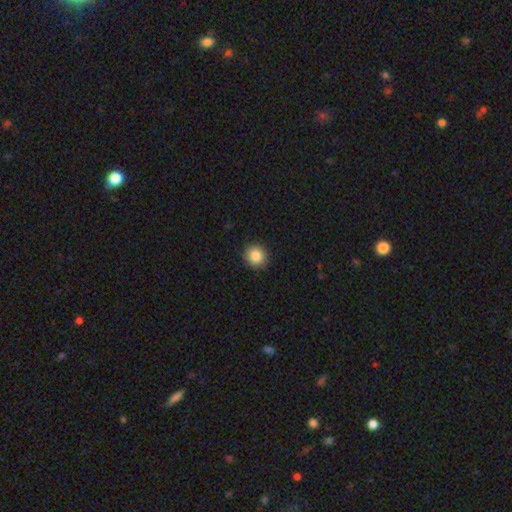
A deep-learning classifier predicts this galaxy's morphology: Overall: smooth (85%). How rounded: round (89%). Merging: none (92%).